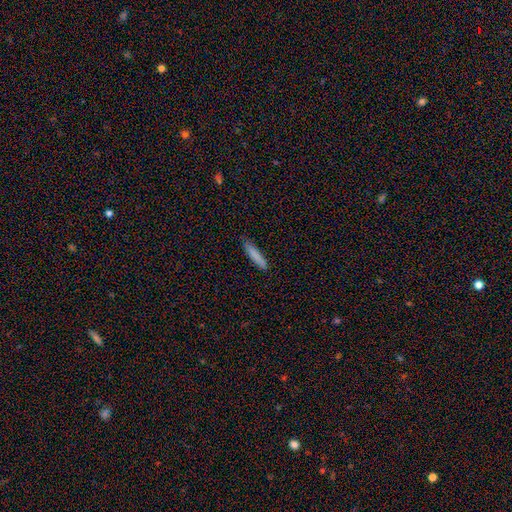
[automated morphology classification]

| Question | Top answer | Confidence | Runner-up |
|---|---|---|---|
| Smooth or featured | smooth | 83% | featured or disk (10%) |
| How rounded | cigar-shaped | 89% | in between (10%) |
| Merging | none | 85% | minor disturbance (12%) |